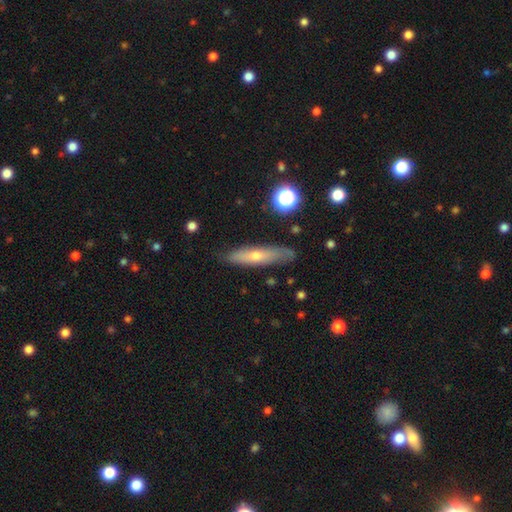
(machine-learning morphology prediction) Smooth or featured: smooth — 50% (featured or disk — 41%)
How rounded: cigar-shaped — 81% (in between — 17%)
Merging: none — 80% (minor disturbance — 15%)